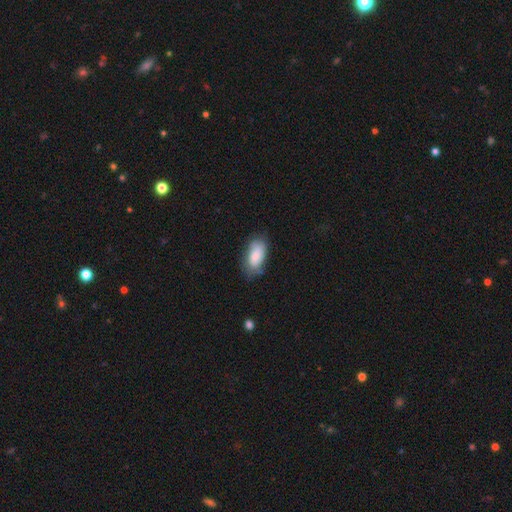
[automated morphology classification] Smooth or featured? smooth (78%)
How rounded? in between (91%)
Merging? none (65%)